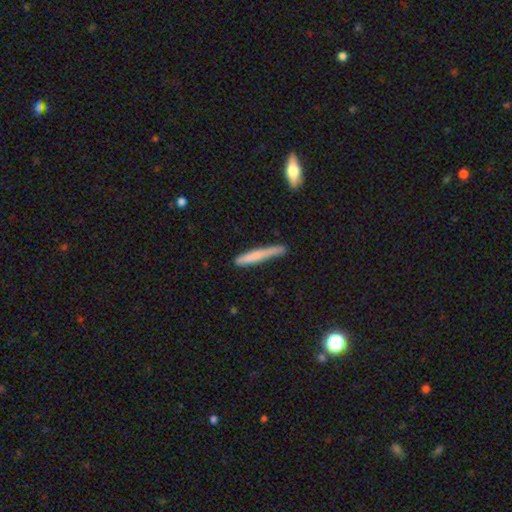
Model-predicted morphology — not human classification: Overall: smooth (69%). How rounded: cigar-shaped (96%). Merging: none (72%).